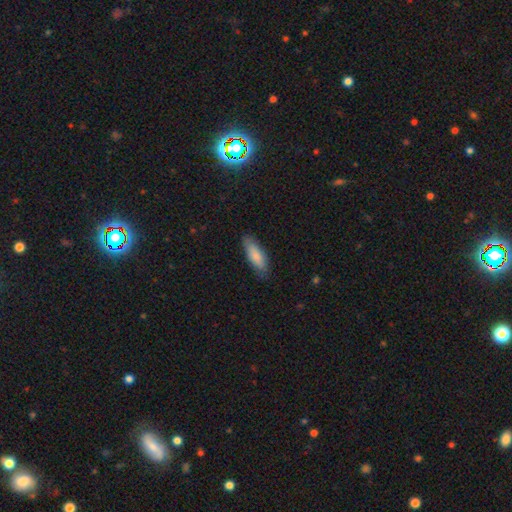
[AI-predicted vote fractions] The model was most divided on "how rounded": in between: 59%, cigar-shaped: 39%, round: 2%. More confident: smooth or featured — smooth (83%); merging — none (82%).